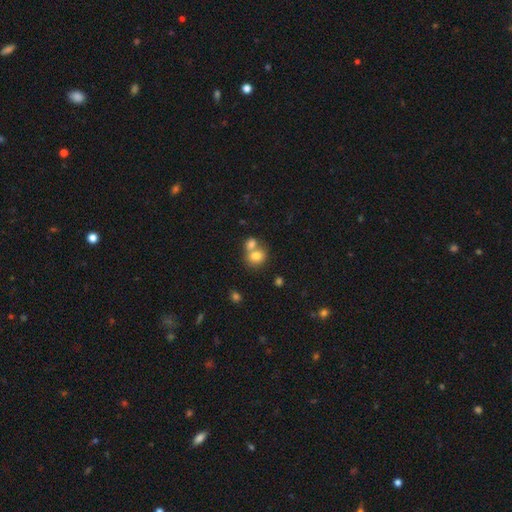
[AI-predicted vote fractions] A smooth galaxy with no disk features (78%) that is round (62%). Merging: merger (53%).